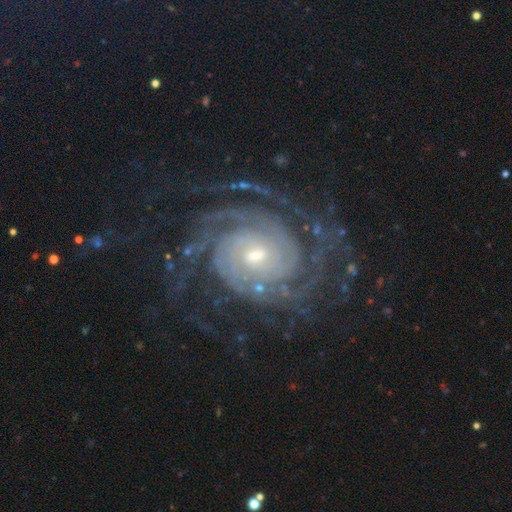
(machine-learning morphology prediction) The model was most divided on "bulge size": moderate: 47%, small: 46%, large: 4%, none: 1%, dominant: 1%. Remaining: spiral arms — yes (98%); edge-on disk — no (98%); smooth or featured — featured or disk (92%); merging — none (74%); spiral winding — tight (72%); bar — no (54%); spiral arm count — 2 (24%).